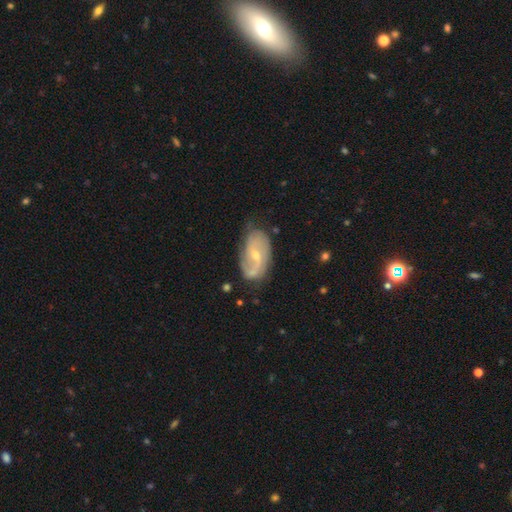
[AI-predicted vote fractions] This is likely a featured or disk galaxy (78%). It is clearly not viewed edge-on (95%). Bar: possibly weak (45%). Spiral arm pattern: clearly yes (90%). Spiral arm count: likely 2 (69%). Spiral winding: marginally medium (42%). Central bulge: likely small (61%). Merging: likely none (62%).